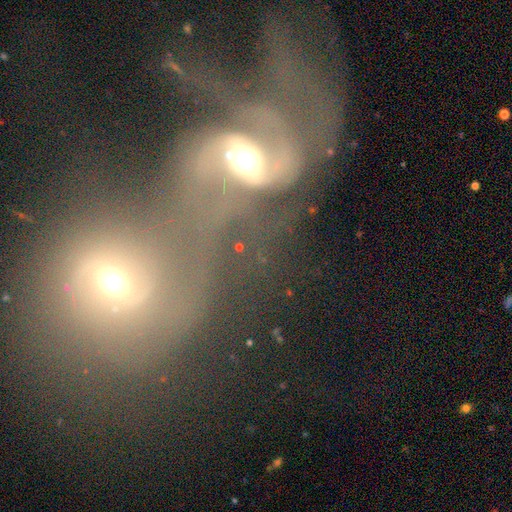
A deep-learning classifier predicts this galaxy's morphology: The model was most divided on "bar": weak: 41%, no: 33%, strong: 26%. Remaining: edge-on disk — no (96%); spiral arms — yes (86%); spiral arm count — 2 (77%); merging — merger (75%); smooth or featured — featured or disk (73%); bulge size — moderate (62%); spiral winding — loose (47%).